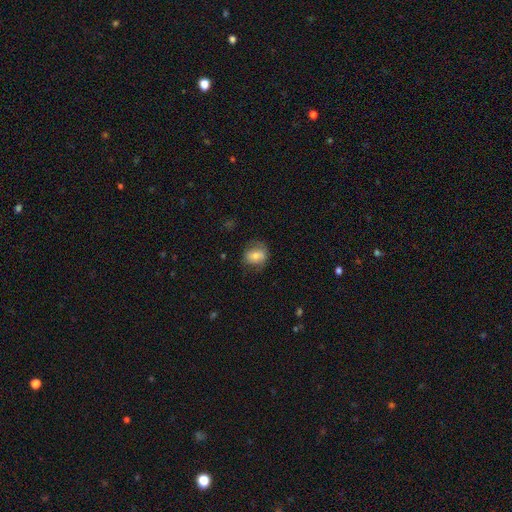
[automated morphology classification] Smooth or featured? smooth (67%)
How rounded? in between (52%)
Merging? none (63%)